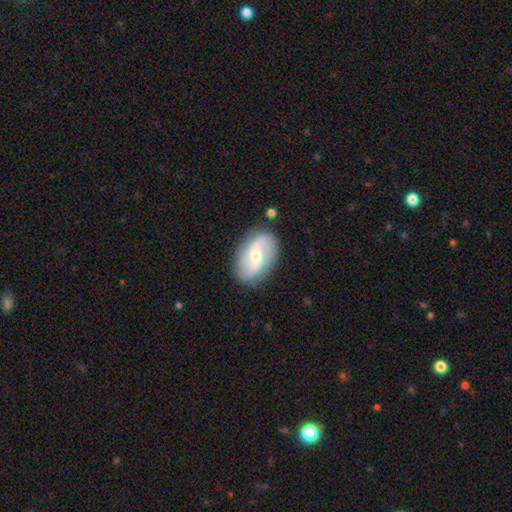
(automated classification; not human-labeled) A featured or disk galaxy (81%) with a weak bar (47%), 2 (89%) loose (55%) spiral arms (94%) and a moderate central bulge (56%). Merging: none (83%).